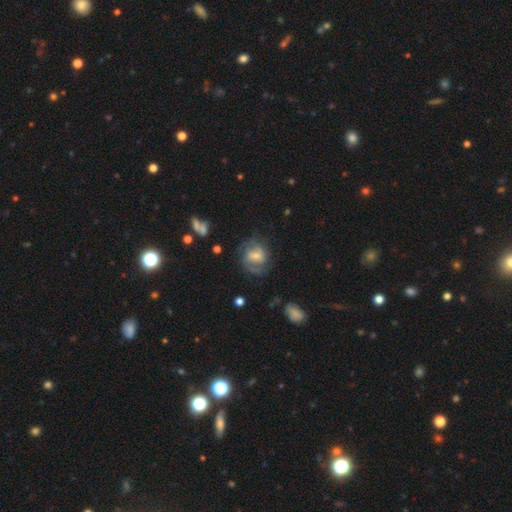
Smooth or featured: featured or disk — 60% (smooth — 40%)
Edge-on disk: no — 96% (yes — 4%)
Bar: weak — 43% (no — 39%)
Spiral arms: yes — 87% (no — 13%)
Spiral winding: medium — 55% (tight — 25%)
Spiral arm count: 2 — 75% (can't tell — 20%)
Bulge size: small — 48% (moderate — 35%)
Merging: none — 72% (minor disturbance — 20%)